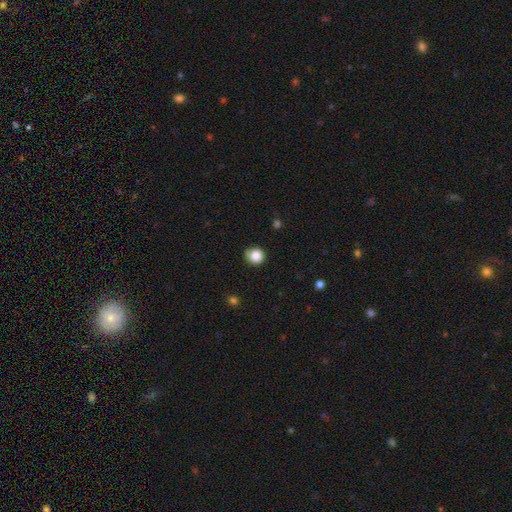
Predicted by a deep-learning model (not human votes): A smooth galaxy with no disk features (85%) that is round (92%). Merging: none (74%).